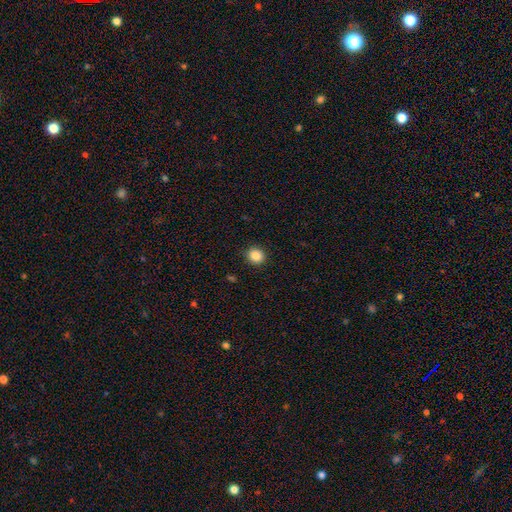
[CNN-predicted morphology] Smooth or featured: smooth — 87% (star or artifact — 10%)
How rounded: round — 83% (in between — 16%)
Merging: none — 91% (minor disturbance — 6%)